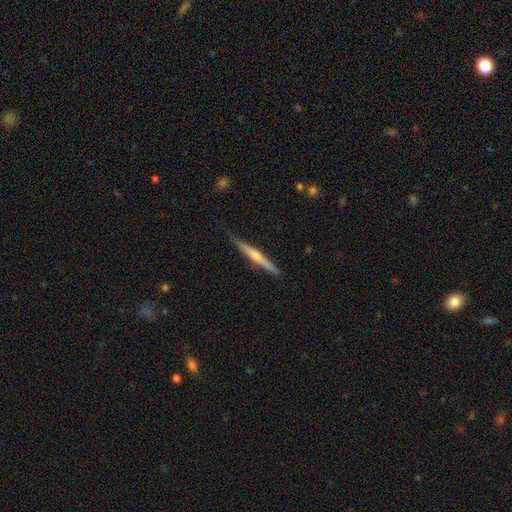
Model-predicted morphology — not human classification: This is likely a featured or disk galaxy (74%). It is clearly viewed edge-on (98%). Edge-on bulge: clearly rounded (82%). Merging: clearly none (87%).